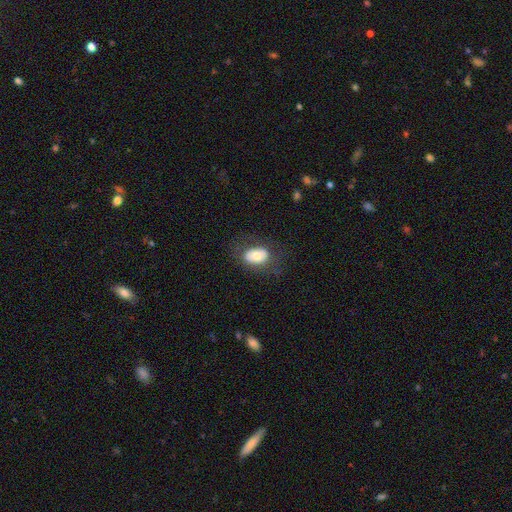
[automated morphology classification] This appears to be a smooth galaxy with no disk features (64%) that is in between round and cigar-shaped (82%). Merging: none (71%).